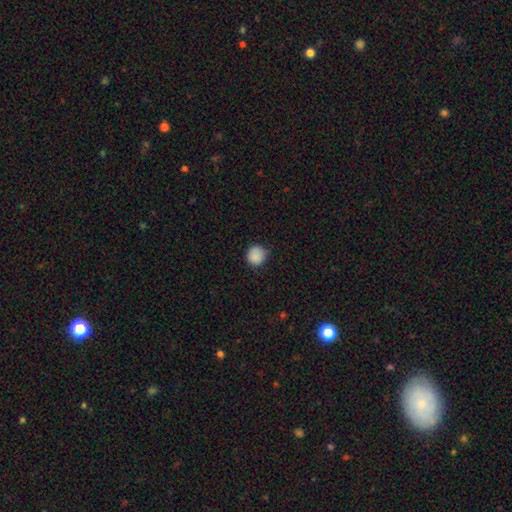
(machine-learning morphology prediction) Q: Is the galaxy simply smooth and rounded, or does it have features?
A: smooth — 88%.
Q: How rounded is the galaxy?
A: round — 92%.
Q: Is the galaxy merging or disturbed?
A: none — 75%.